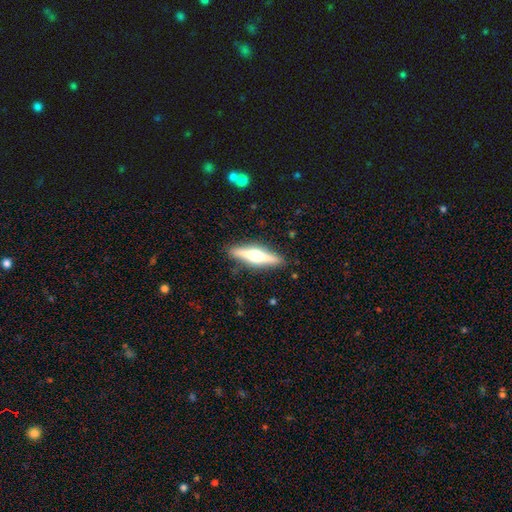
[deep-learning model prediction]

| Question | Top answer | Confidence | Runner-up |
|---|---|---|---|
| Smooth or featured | featured or disk | 65% | smooth (29%) |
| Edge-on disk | yes | 96% | no (4%) |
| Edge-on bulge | rounded | 94% | boxy (4%) |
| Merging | none | 89% | minor disturbance (8%) |